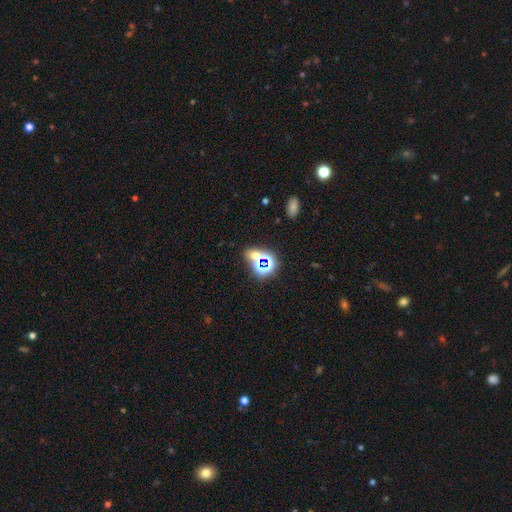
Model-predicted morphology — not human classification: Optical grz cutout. It shows a star or artifact, not a galaxy (51%).